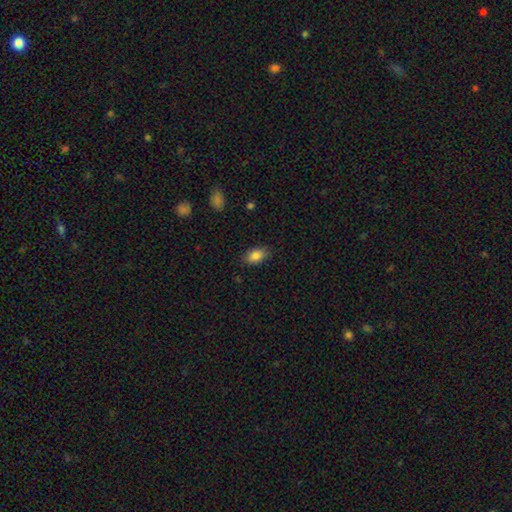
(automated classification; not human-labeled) A smooth galaxy with no disk features (85%) that is in between round and cigar-shaped (87%).

Vote fractions:
- Smooth or featured? smooth: 85% / star or artifact: 8% / featured or disk: 7%
- How rounded? in between: 87% / round: 10% / cigar-shaped: 2%
- Merging? none: 84% / minor disturbance: 13% / major disturbance: 3% / merger: 1%